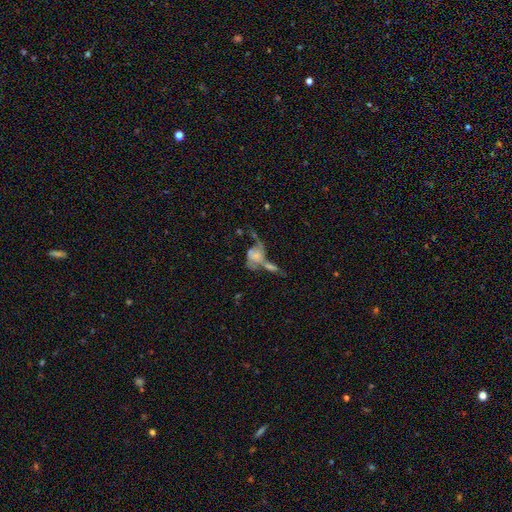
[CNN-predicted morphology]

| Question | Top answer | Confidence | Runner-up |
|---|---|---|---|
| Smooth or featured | featured or disk | 50% | smooth (39%) |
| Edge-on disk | no | 95% | yes (5%) |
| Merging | merger | 54% | major disturbance (22%) |